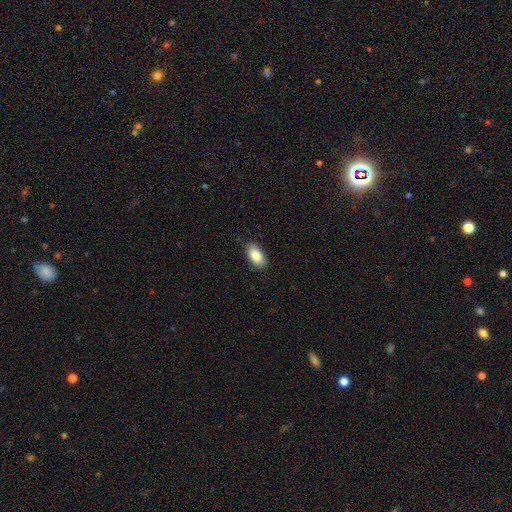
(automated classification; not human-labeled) smooth 85%, featured or disk 8%, star or artifact 7%. Down the decision tree: how rounded — in between (93%); merging — none (86%).